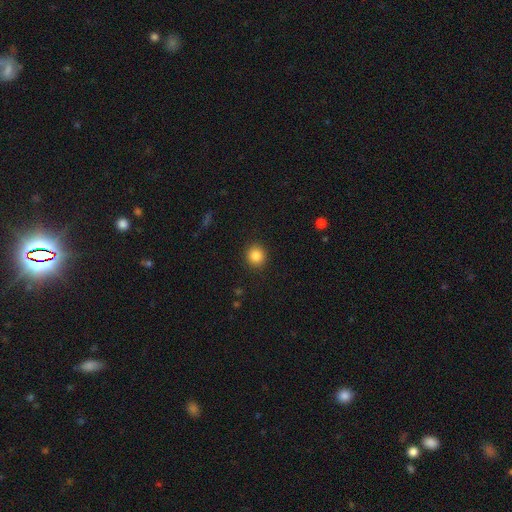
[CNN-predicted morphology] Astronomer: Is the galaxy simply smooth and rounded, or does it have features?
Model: smooth — 86%.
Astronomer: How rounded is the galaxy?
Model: round — 90%.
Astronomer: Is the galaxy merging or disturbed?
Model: none — 91%.